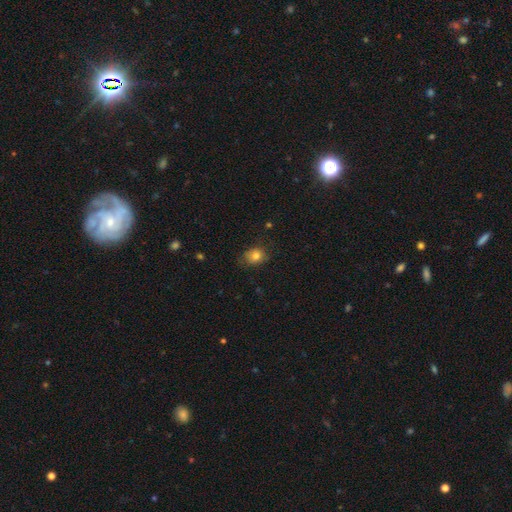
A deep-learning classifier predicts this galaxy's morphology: Q: Smooth or featured?
A: smooth (80%); runner-up: star or artifact (11%)
Q: How rounded?
A: round (59%); runner-up: in between (40%)
Q: Merging?
A: none (74%); runner-up: minor disturbance (20%)